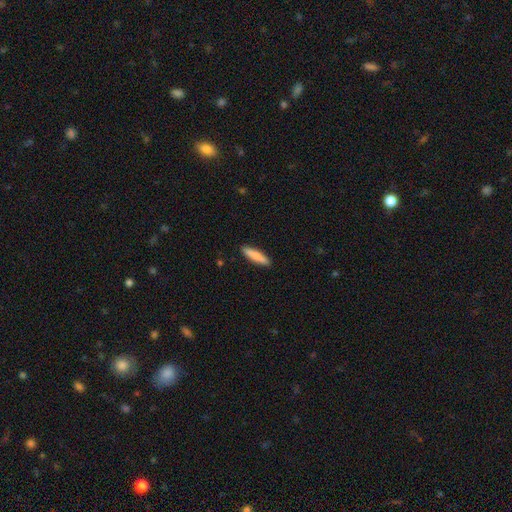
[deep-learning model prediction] Smooth or featured: smooth — 80% (featured or disk — 15%)
How rounded: cigar-shaped — 82% (in between — 16%)
Merging: none — 91% (minor disturbance — 7%)